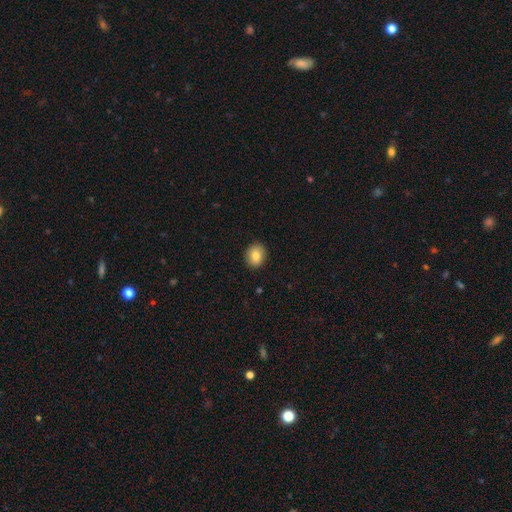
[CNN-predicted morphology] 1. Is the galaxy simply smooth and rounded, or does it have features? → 84% smooth, 9% star or artifact, 8% featured or disk.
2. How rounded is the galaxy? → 61% round, 38% in between, 1% cigar-shaped.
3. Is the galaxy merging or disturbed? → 90% none, 7% minor disturbance, 2% major disturbance, 1% merger.